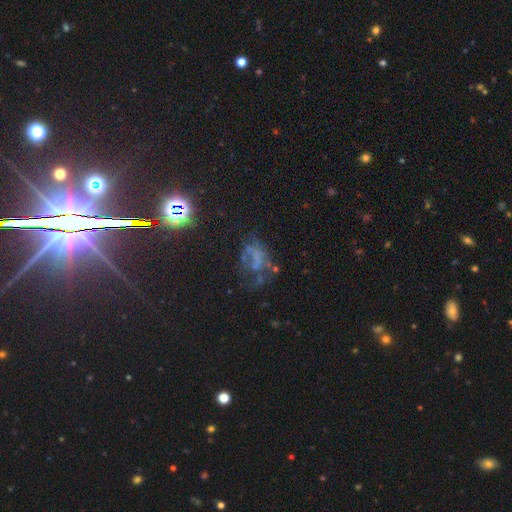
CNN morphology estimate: Overall: star or artifact (40%; featured or disk 39%).